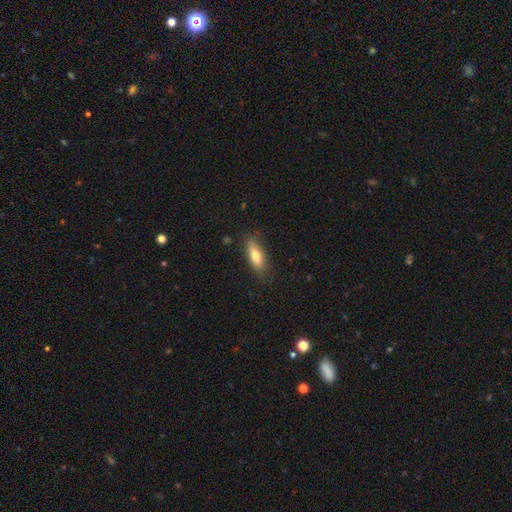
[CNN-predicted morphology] Smooth or featured?
  - smooth: 74% *
  - featured or disk: 20%
  - star or artifact: 7%
How rounded?
  - in between: 65% *
  - cigar-shaped: 32%
  - round: 3%
Merging?
  - none: 81% *
  - minor disturbance: 15%
  - major disturbance: 3%
  - merger: 1%